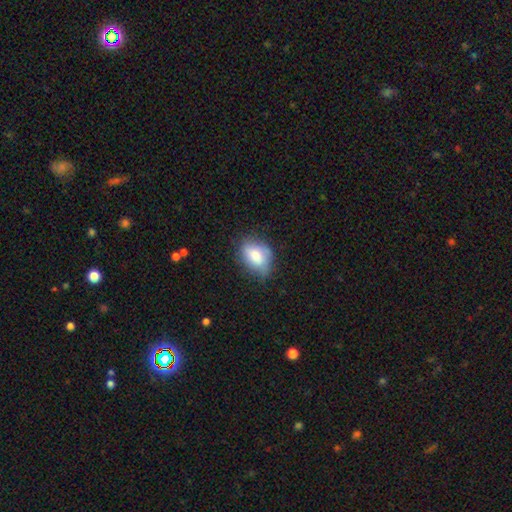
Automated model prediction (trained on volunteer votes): Q: Smooth or featured?
A: smooth (76%); runner-up: featured or disk (17%)
Q: How rounded?
A: in between (83%); runner-up: round (15%)
Q: Merging?
A: none (60%); runner-up: minor disturbance (31%)